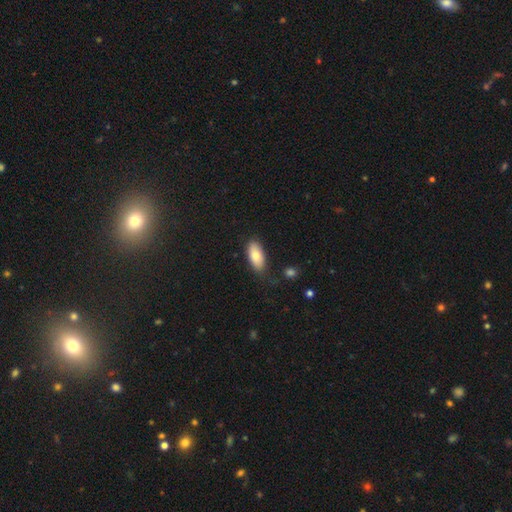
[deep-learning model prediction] Smooth or featured: smooth — 76% (featured or disk — 17%)
How rounded: in between — 89% (cigar-shaped — 8%)
Merging: none — 76% (minor disturbance — 17%)